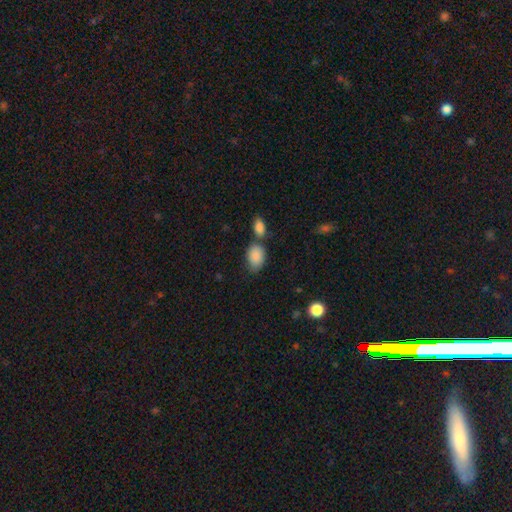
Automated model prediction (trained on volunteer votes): Overall: smooth (88%). How rounded: in between (82%). Merging: none (52%; merger 23%).